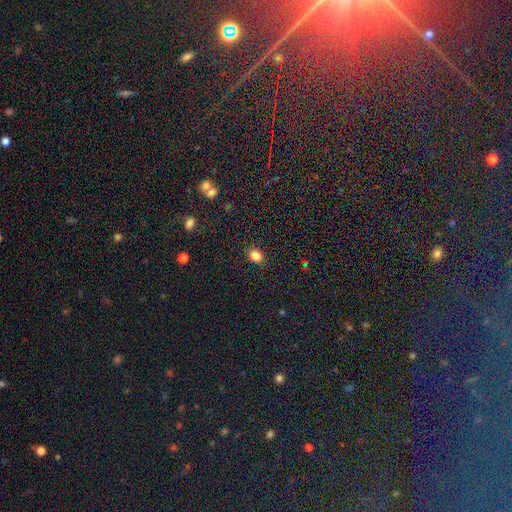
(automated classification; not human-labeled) Smooth or featured? Predicted: smooth (p=0.83). How rounded? Predicted: round (p=0.51). Merging? Predicted: none (p=0.88).